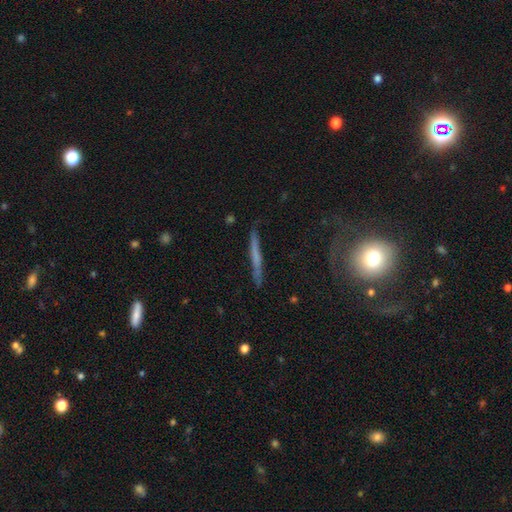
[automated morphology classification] A featured or disk galaxy (47%).

Vote fractions:
- Smooth or featured? featured or disk: 47% / smooth: 45% / star or artifact: 8%
- Merging? none: 78% / minor disturbance: 15% / major disturbance: 5% / merger: 3%